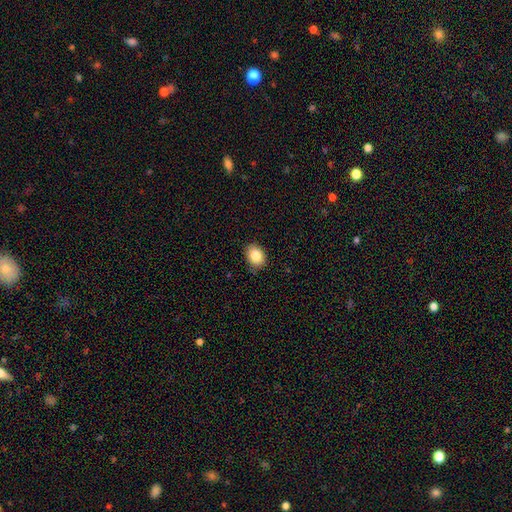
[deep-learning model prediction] Morphology: type=smooth (84%); roundness=in between (63%); merging=none (84%).